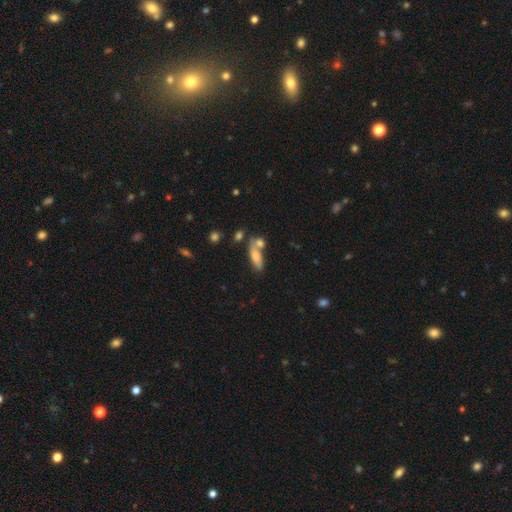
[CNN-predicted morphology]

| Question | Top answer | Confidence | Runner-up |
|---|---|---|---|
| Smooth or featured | smooth | 74% | featured or disk (17%) |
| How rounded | in between | 61% | cigar-shaped (36%) |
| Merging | none | 48% | merger (30%) |